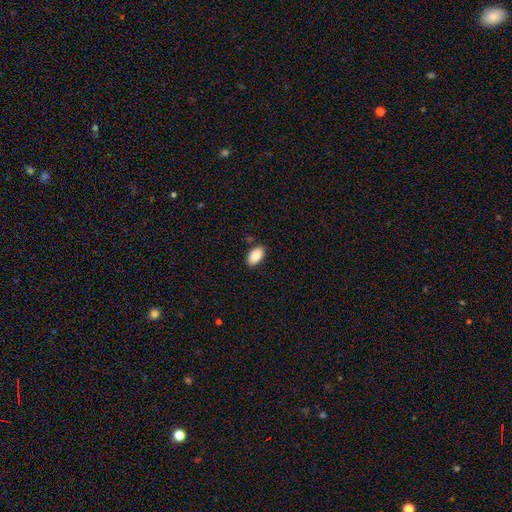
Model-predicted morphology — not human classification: Smooth or featured? smooth (90%)
How rounded? in between (95%)
Merging? none (85%)